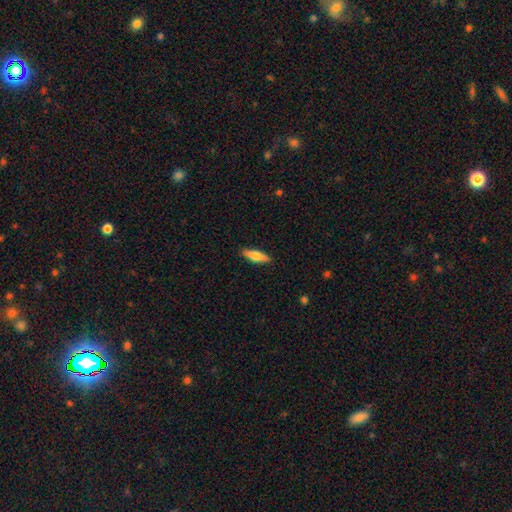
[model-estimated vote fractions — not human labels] smooth 60%, featured or disk 34%, star or artifact 6%. Down the decision tree: how rounded — cigar-shaped (57%); merging — none (89%).